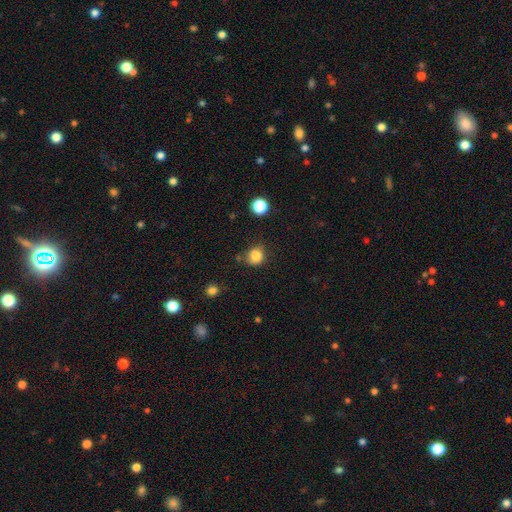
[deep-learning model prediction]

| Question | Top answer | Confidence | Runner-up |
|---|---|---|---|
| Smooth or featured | smooth | 82% | star or artifact (12%) |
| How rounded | round | 69% | in between (30%) |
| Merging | none | 61% | minor disturbance (25%) |